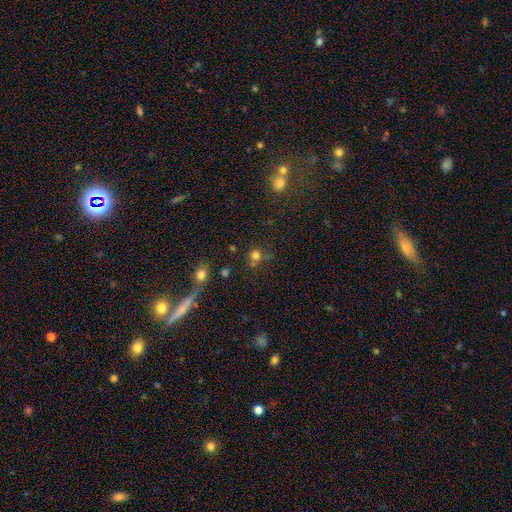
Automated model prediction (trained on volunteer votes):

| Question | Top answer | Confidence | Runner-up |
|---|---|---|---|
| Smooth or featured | smooth | 72% | star or artifact (20%) |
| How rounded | round | 88% | in between (10%) |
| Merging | none | 66% | minor disturbance (15%) |